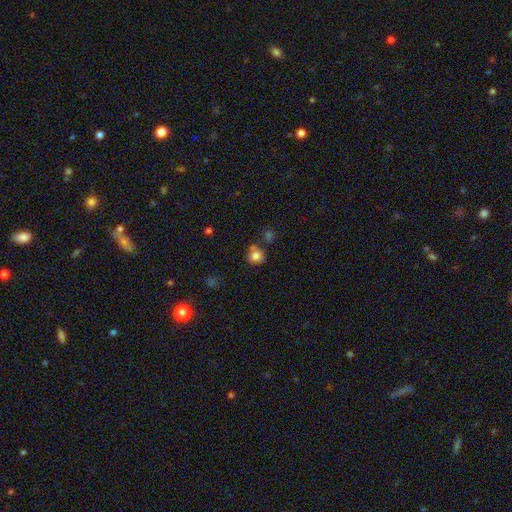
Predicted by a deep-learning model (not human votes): This is likely a smooth galaxy (80%). How rounded: likely round (77%). Merging: likely none (64%).